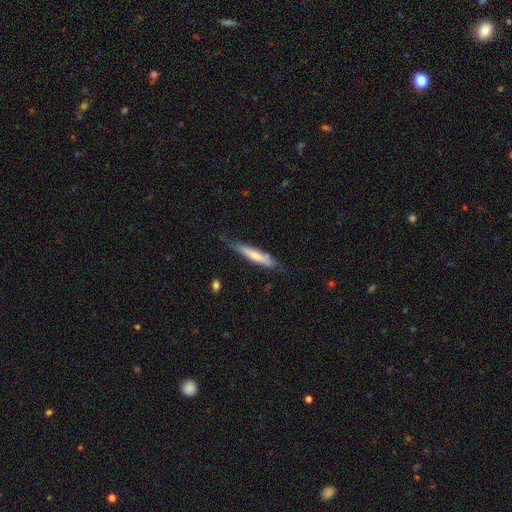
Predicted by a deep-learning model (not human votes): smooth_or_featured: smooth (p=0.63) [alt: featured or disk p=0.32]
how_rounded: cigar-shaped (p=0.89) [alt: in between p=0.10]
merging: none (p=0.70) [alt: minor disturbance p=0.23]